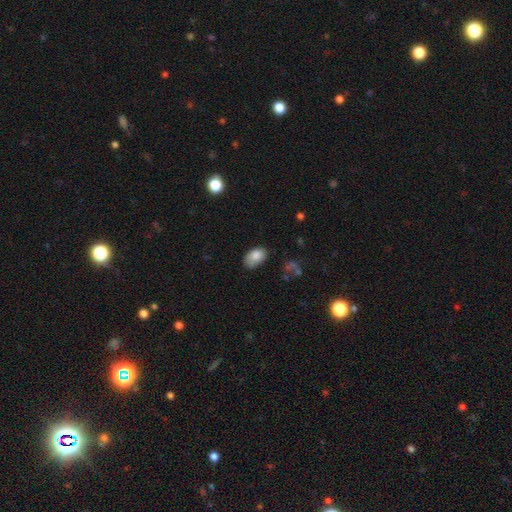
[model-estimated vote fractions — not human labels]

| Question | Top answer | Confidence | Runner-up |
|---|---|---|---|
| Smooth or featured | smooth | 82% | featured or disk (10%) |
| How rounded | in between | 90% | round (8%) |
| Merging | none | 54% | minor disturbance (32%) |